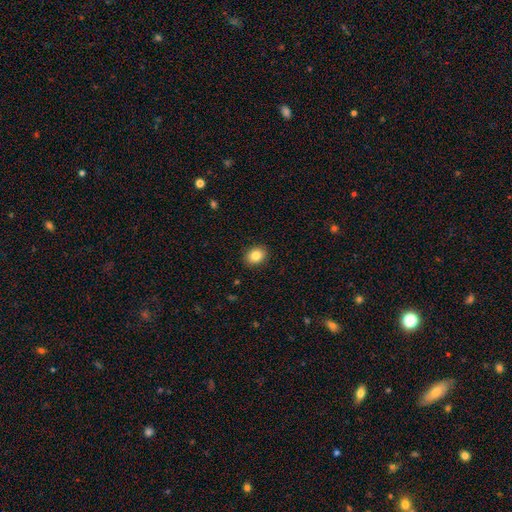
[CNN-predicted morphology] This is clearly a smooth galaxy (85%). How rounded: possibly round (50%). Merging: clearly none (90%).